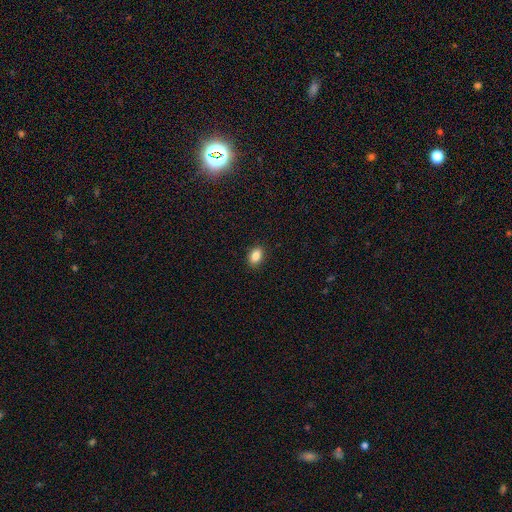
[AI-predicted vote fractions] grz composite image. It shows a smooth galaxy with no disk features (87%) that is in between round and cigar-shaped (85%). Merging: none (90%).